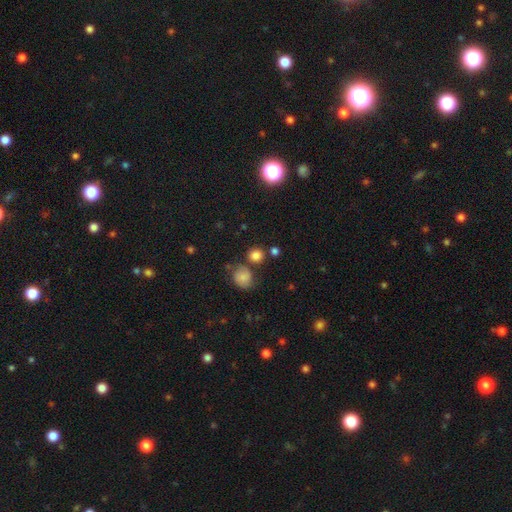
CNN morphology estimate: Q: Smooth or featured?
A: smooth (81%); runner-up: star or artifact (13%)
Q: How rounded?
A: round (85%); runner-up: in between (14%)
Q: Merging?
A: none (71%); runner-up: merger (14%)